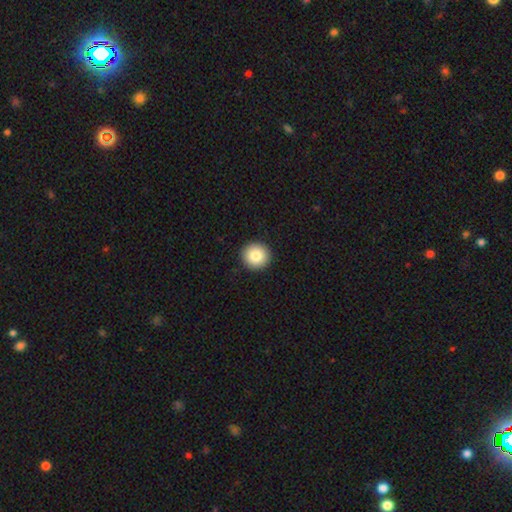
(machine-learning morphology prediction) This is clearly a smooth galaxy (83%). How rounded: clearly round (95%). Merging: clearly none (94%).